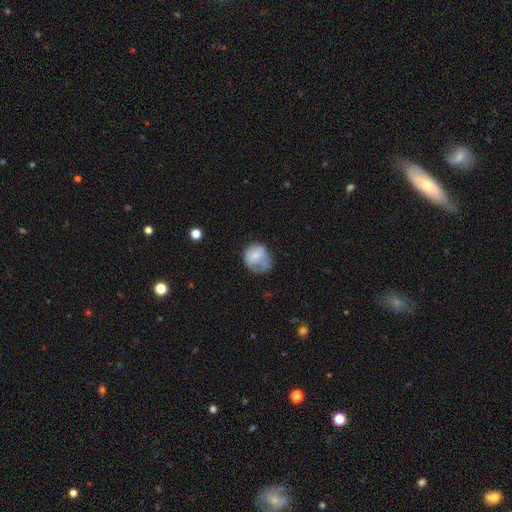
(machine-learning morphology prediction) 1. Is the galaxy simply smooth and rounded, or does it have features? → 69% smooth, 22% featured or disk, 8% star or artifact.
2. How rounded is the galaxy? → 73% round, 26% in between, 1% cigar-shaped.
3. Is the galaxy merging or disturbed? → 39% none, 33% minor disturbance, 25% major disturbance, 4% merger.